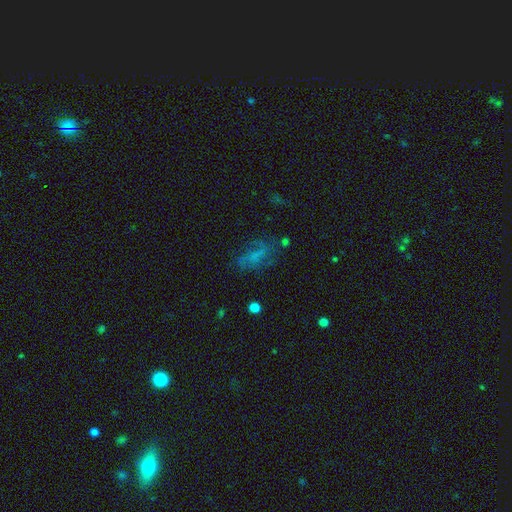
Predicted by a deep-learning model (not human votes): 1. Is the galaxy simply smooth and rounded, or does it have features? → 43% smooth, 37% featured or disk, 20% star or artifact.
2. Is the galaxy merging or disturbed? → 52% none, 22% major disturbance, 22% minor disturbance, 4% merger.